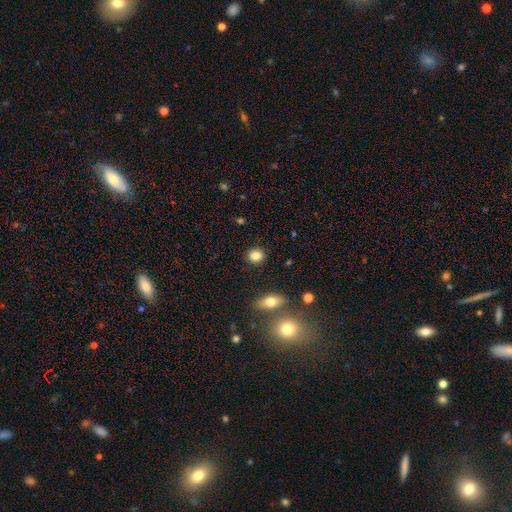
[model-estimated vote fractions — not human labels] This is clearly a smooth galaxy (84%). How rounded: likely round (75%). Merging: clearly none (88%).